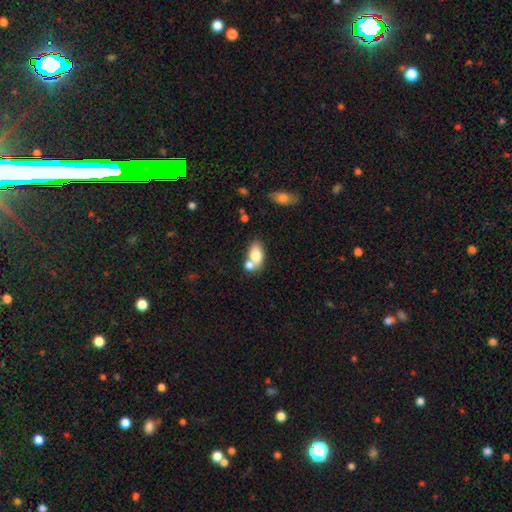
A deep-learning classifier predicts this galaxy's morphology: Smooth or featured: smooth — 75% (featured or disk — 17%)
How rounded: in between — 86% (round — 11%)
Merging: merger — 47% (none — 37%)